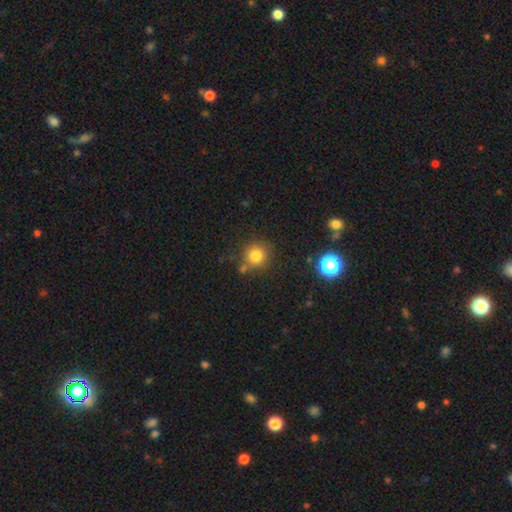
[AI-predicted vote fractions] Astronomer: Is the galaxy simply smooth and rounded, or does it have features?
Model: smooth — 81%.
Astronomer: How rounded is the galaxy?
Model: round — 91%.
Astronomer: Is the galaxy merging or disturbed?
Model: none — 76%.